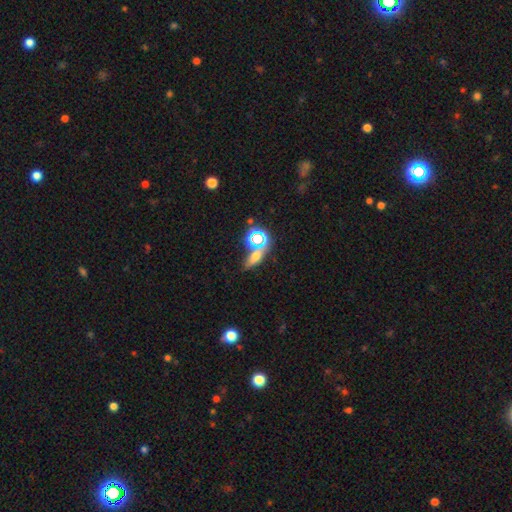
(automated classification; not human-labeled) Smooth or featured?
  - smooth: 47% *
  - star or artifact: 34%
  - featured or disk: 19%
Merging?
  - none: 61% *
  - merger: 19%
  - minor disturbance: 13%
  - major disturbance: 7%